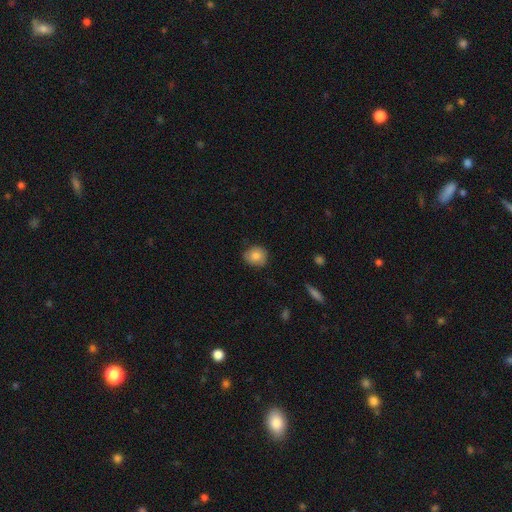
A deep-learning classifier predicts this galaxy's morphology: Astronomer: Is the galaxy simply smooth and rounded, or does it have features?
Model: smooth — 82%.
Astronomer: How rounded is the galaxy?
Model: round — 78%.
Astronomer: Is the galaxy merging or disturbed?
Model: none — 77%.